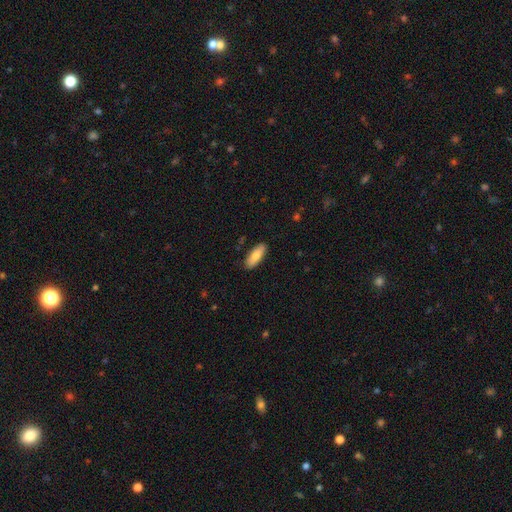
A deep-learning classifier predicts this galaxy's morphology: A smooth galaxy with no disk features (82%) that is in between round and cigar-shaped (67%). Merging: none (88%).